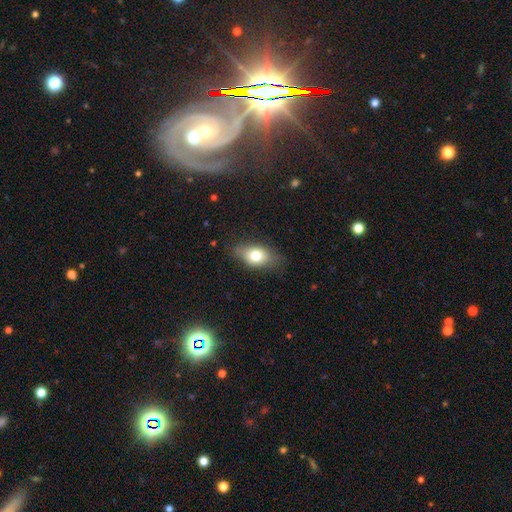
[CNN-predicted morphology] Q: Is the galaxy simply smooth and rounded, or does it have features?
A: smooth — 72%.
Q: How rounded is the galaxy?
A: in between — 79%.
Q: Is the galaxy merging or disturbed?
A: none — 68%.